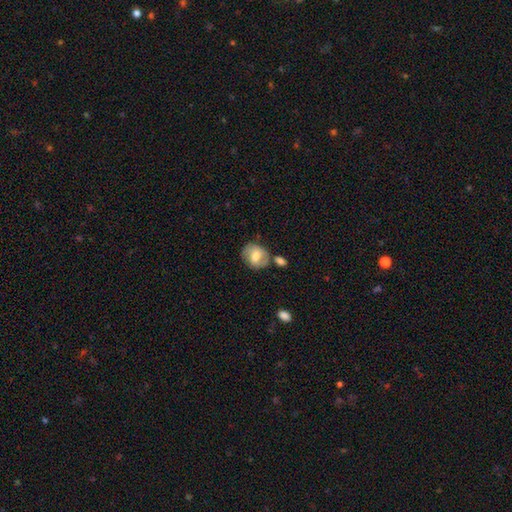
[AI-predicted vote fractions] This is possibly a smooth galaxy (59%). How rounded: possibly round (58%). Merging: possibly none (60%).